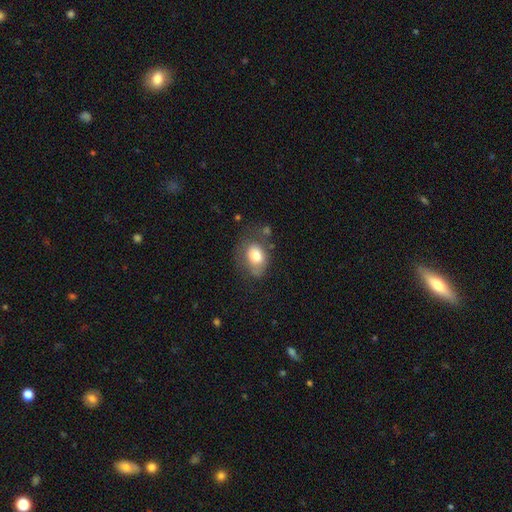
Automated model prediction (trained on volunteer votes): Overall: smooth (75%). How rounded: in between (73%). Merging: none (48%; minor disturbance 29%).